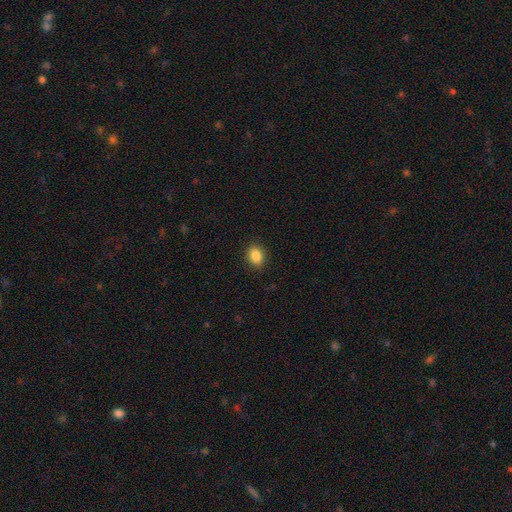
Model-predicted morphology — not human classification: Smooth or featured: smooth — 87% (star or artifact — 9%)
How rounded: in between — 63% (round — 36%)
Merging: none — 89% (minor disturbance — 8%)